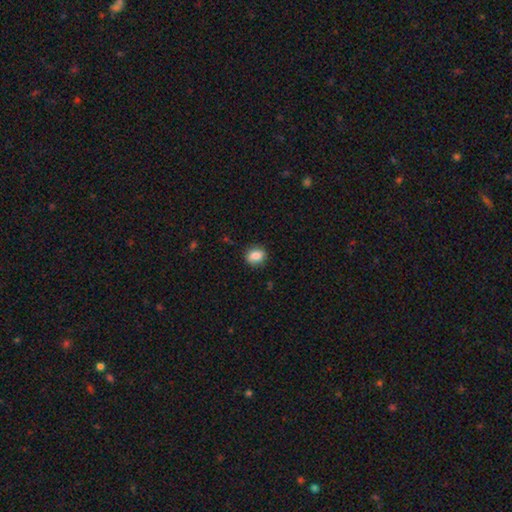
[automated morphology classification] Overall: smooth (84%). How rounded: round (57%; in between 42%). Merging: none (87%).